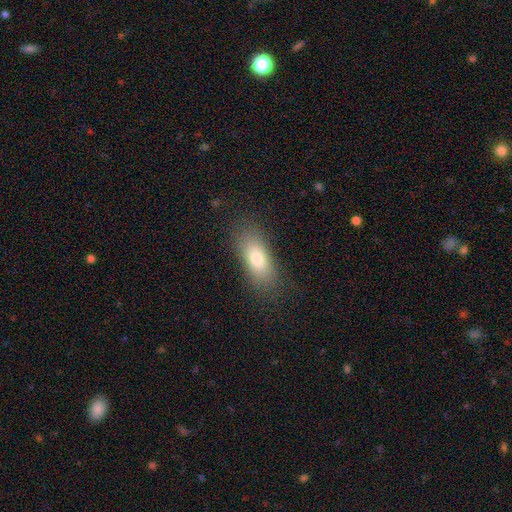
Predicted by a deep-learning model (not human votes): Smooth or featured? smooth (77%)
How rounded? in between (78%)
Merging? none (82%)